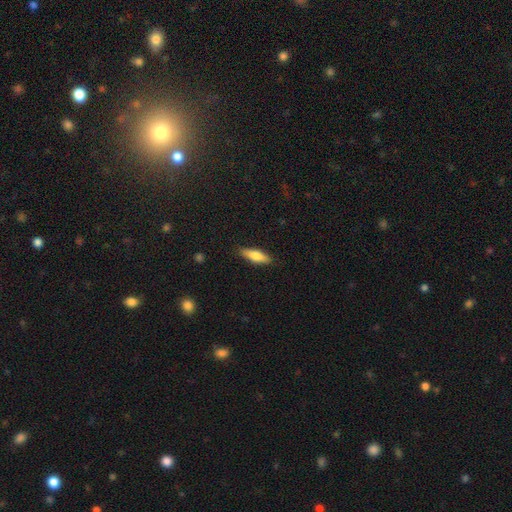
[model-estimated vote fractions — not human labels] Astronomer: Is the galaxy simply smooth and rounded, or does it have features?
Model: smooth — 70%.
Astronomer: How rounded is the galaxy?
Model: cigar-shaped — 55% (runner-up: in between, 43%).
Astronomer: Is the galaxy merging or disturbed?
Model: none — 87%.